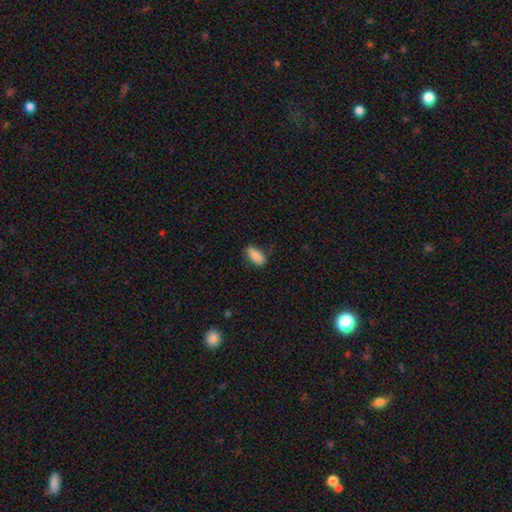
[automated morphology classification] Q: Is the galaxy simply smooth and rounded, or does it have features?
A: smooth — 84%.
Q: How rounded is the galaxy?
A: in between — 88%.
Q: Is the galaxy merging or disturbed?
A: none — 79%.